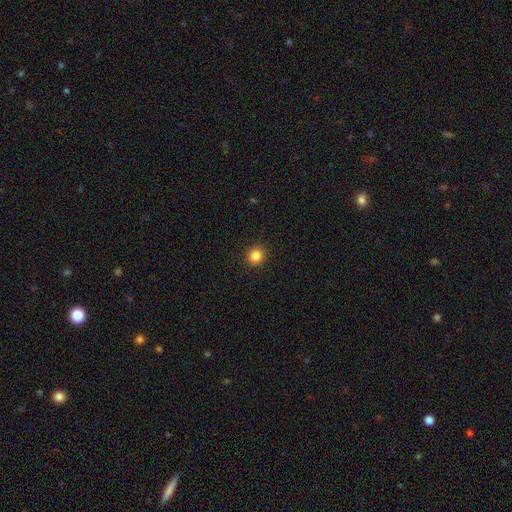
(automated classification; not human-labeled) Overall: smooth (84%). How rounded: round (90%). Merging: none (92%).